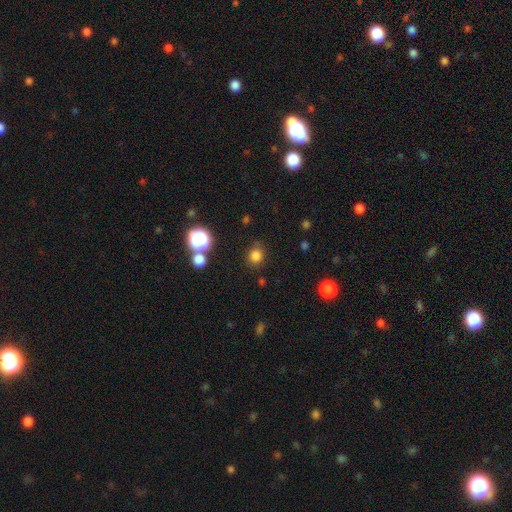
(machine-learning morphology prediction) type=smooth (79%); roundness=round (84%); merging=none (81%).